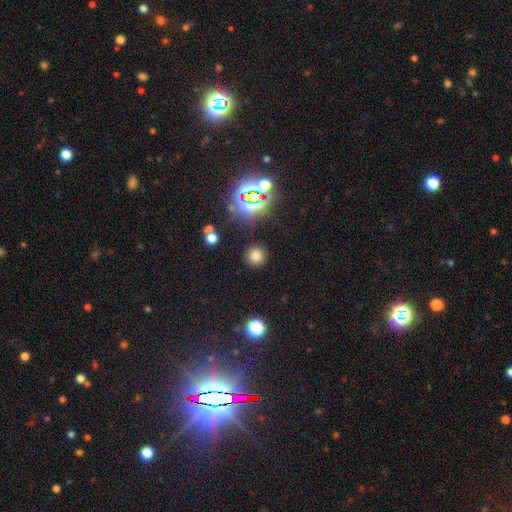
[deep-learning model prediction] This is likely a smooth galaxy (72%). How rounded: clearly round (94%). Merging: clearly none (89%).